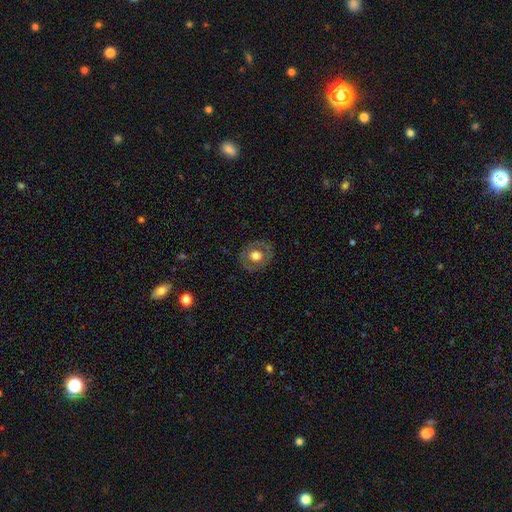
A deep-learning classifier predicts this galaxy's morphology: Overall: smooth (51%; featured or disk 41%). How rounded: round (69%; in between 30%). Merging: none (83%).